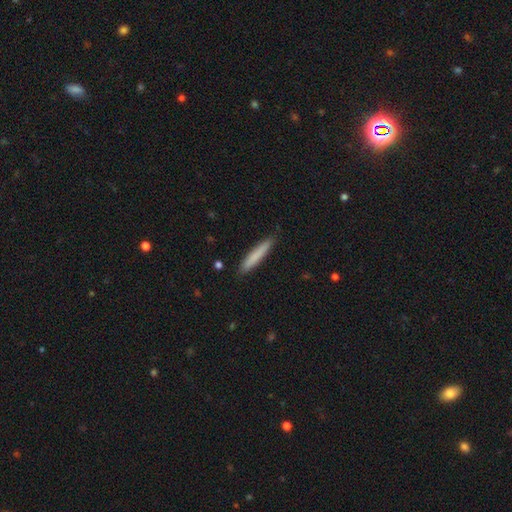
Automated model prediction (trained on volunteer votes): The model was most divided on "smooth or featured": smooth: 79%, featured or disk: 16%, star or artifact: 6%. More confident: how rounded — cigar-shaped (94%); merging — none (89%).